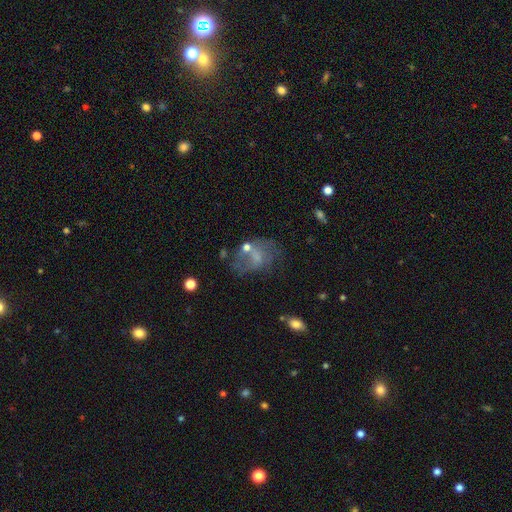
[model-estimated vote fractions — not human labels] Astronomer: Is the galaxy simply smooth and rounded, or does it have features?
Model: featured or disk — 48% (runner-up: smooth, 37%).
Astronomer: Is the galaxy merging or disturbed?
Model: none — 38% (runner-up: major disturbance, 29%).